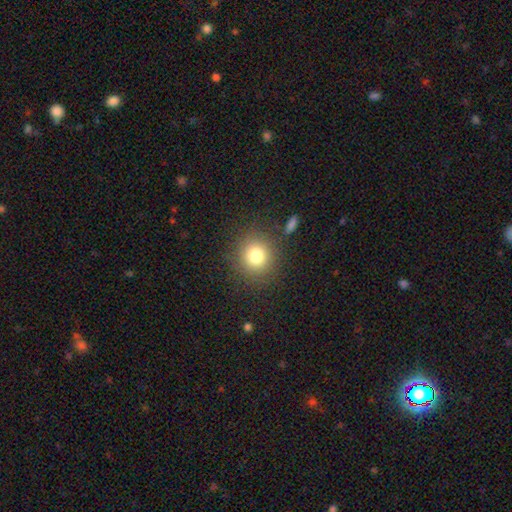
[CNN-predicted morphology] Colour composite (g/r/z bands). It shows a smooth galaxy with no disk features (79%) that is round (89%). Merging: none (85%).